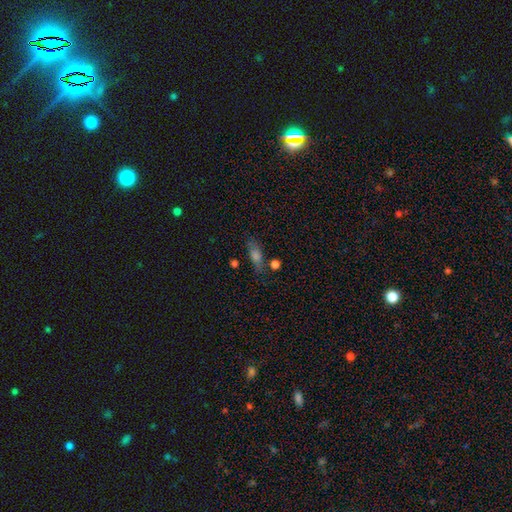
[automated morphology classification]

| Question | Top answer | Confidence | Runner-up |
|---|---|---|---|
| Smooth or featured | smooth | 57% | featured or disk (24%) |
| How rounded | in between | 58% | cigar-shaped (34%) |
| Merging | none | 66% | minor disturbance (18%) |